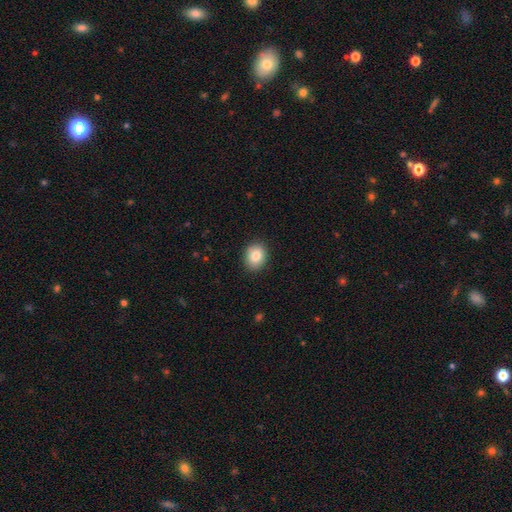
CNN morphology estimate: smooth 84%, star or artifact 9%, featured or disk 8%. Down the decision tree: how rounded — round (52%); merging — none (89%).